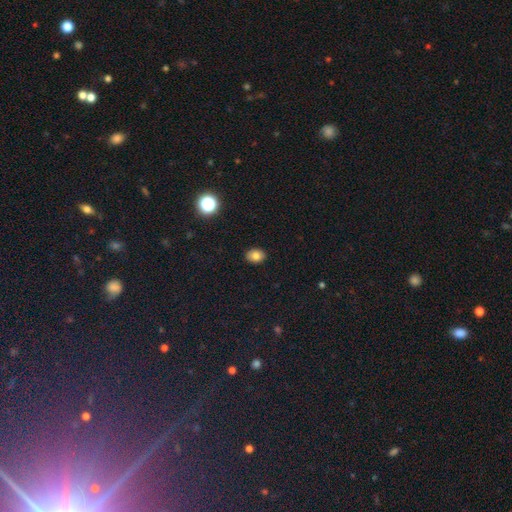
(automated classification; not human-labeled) Smooth or featured? smooth (81%)
How rounded? in between (69%)
Merging? none (89%)